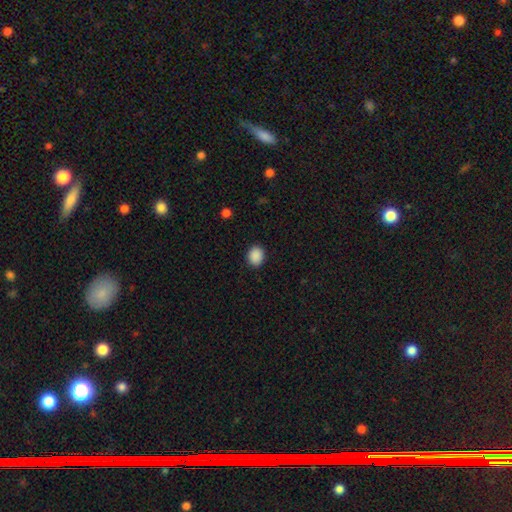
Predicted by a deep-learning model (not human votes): Overall: smooth (89%). How rounded: round (60%; in between 39%). Merging: none (89%).